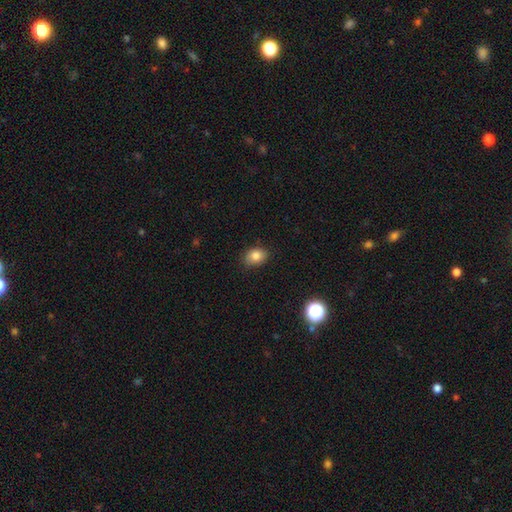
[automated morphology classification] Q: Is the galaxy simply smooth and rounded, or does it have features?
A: smooth — 83%.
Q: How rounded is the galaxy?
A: in between — 71%.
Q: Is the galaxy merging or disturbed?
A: none — 83%.